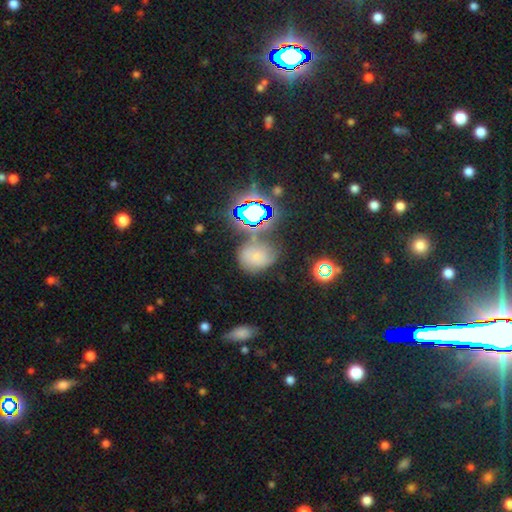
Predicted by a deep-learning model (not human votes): Morphology: type=smooth (52%); roundness=round (51%); merging=none (50%).